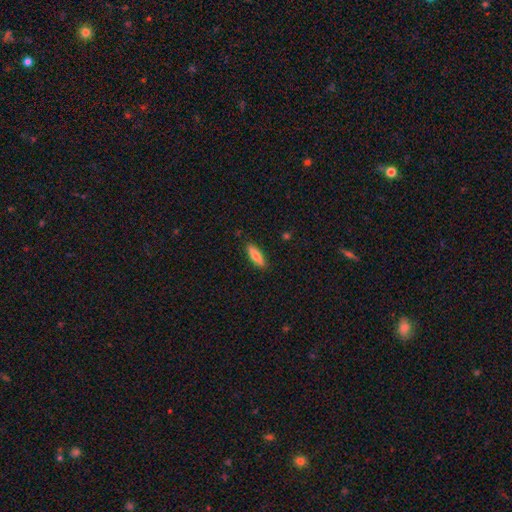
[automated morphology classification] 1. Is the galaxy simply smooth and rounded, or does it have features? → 81% smooth, 13% featured or disk, 6% star or artifact.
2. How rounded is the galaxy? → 61% cigar-shaped, 37% in between, 2% round.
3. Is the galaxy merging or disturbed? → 87% none, 9% minor disturbance, 2% major disturbance, 1% merger.